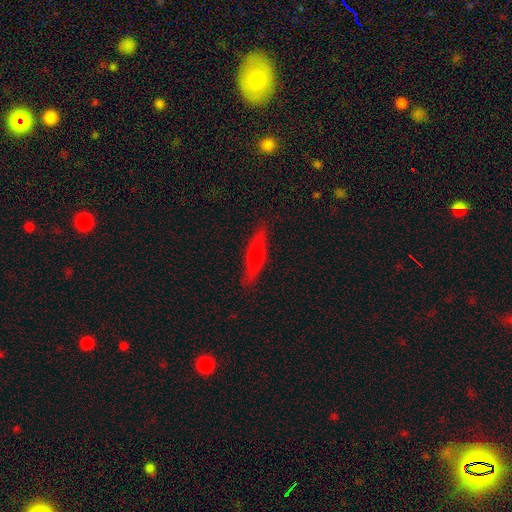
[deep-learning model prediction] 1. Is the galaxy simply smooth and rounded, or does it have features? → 52% smooth, 41% featured or disk, 7% star or artifact.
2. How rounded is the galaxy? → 79% cigar-shaped, 18% in between, 2% round.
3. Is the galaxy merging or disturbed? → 86% none, 11% minor disturbance, 2% major disturbance, 1% merger.